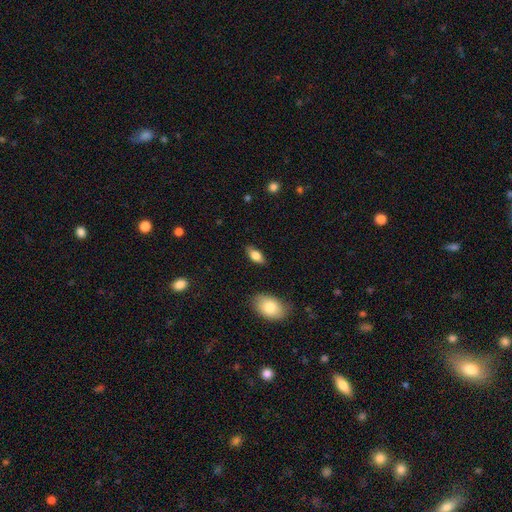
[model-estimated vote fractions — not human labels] smooth_or_featured: smooth (p=0.78) [alt: featured or disk p=0.15]
how_rounded: in between (p=0.88) [alt: cigar-shaped p=0.08]
merging: none (p=0.84) [alt: minor disturbance p=0.12]